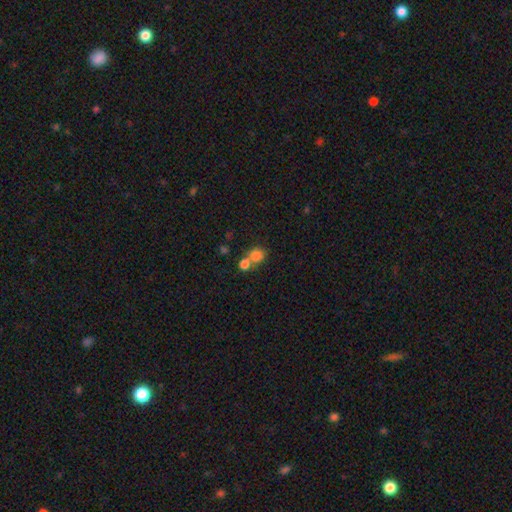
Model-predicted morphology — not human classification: This appears to be a smooth galaxy with no disk features (79%) that is round (72%). Merging: merger (46%).